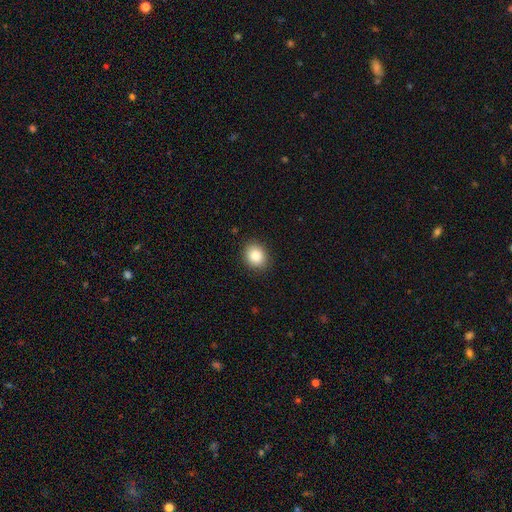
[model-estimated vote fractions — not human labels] This appears to be a smooth galaxy with no disk features (85%) that is round (61%). Merging: none (89%).